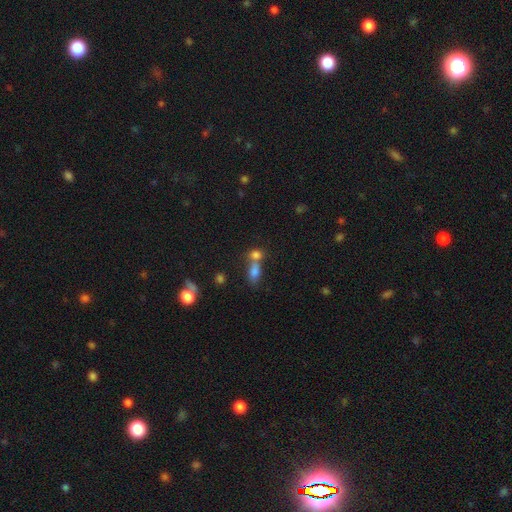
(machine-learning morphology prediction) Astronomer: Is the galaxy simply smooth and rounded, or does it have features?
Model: smooth — 76%.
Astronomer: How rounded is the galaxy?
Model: in between — 60% (runner-up: round, 35%).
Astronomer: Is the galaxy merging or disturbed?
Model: merger — 57%.